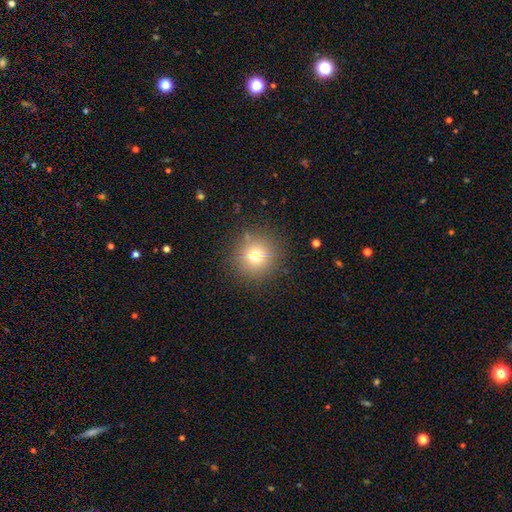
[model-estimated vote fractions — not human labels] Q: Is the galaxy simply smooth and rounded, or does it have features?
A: smooth — 72%.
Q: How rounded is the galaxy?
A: round — 94%.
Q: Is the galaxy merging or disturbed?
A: none — 88%.